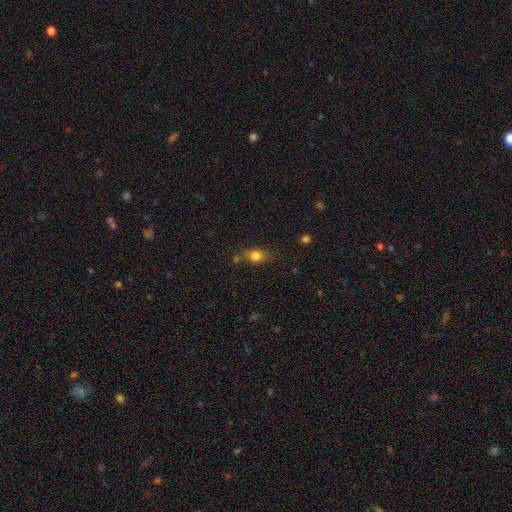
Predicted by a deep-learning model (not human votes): smooth 80%, star or artifact 11%, featured or disk 10%. Down the decision tree: how rounded — in between (67%); merging — none (66%).